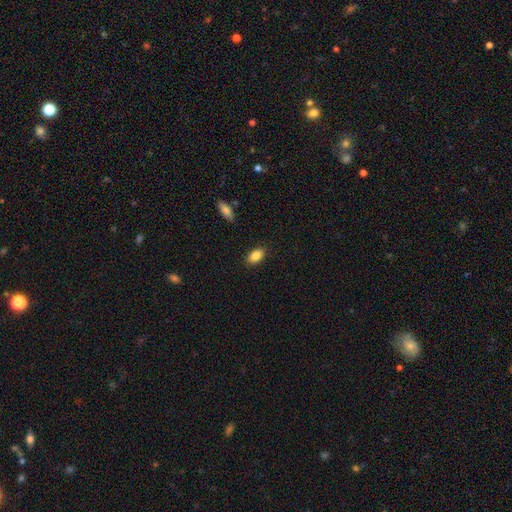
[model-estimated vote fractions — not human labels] Overall: smooth (86%). How rounded: in between (91%). Merging: none (87%).